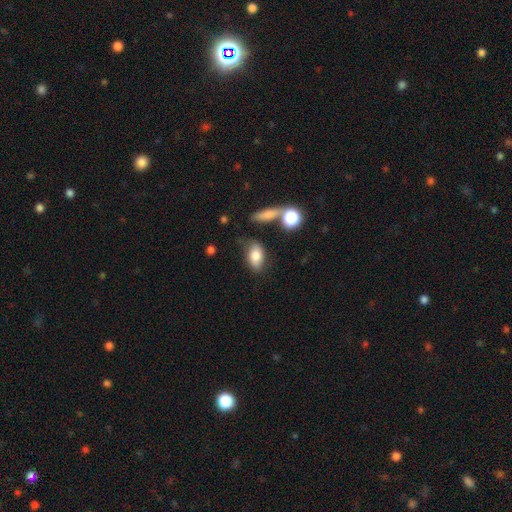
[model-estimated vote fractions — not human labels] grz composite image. It shows a smooth galaxy with no disk features (76%) that is in between round and cigar-shaped (87%). Merging: none (63%).